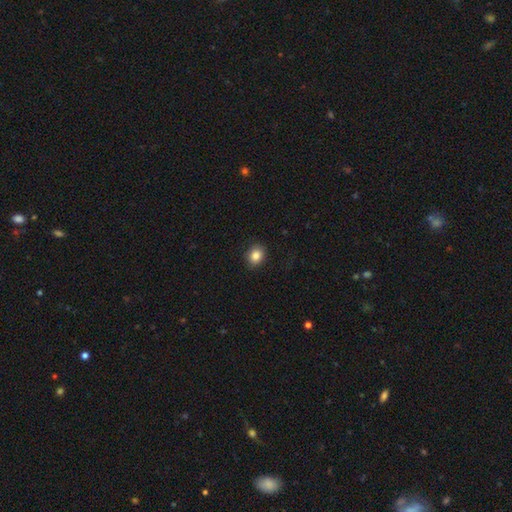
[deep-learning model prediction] Smooth or featured? Predicted: smooth (p=0.84). How rounded? Predicted: round (p=0.57). Merging? Predicted: none (p=0.87).